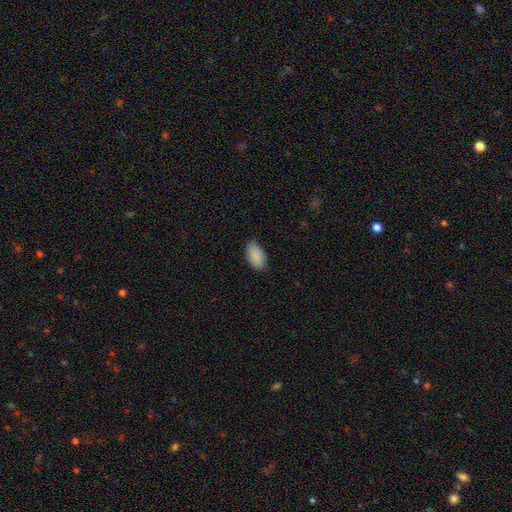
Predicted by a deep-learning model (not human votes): Smooth or featured? Predicted: smooth (p=0.90). How rounded? Predicted: in between (p=0.94). Merging? Predicted: none (p=0.84).